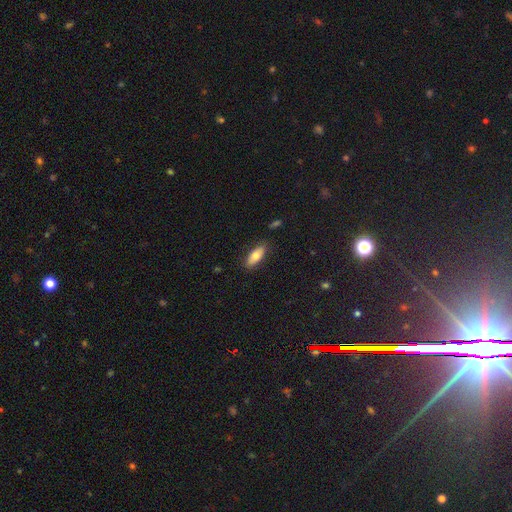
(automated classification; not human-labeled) This is likely a smooth galaxy (74%). How rounded: likely in between (75%). Merging: clearly none (84%).